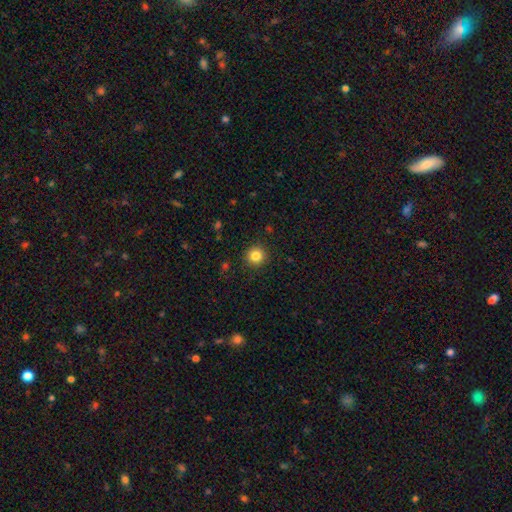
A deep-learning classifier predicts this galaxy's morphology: The model was most divided on "smooth or featured": smooth: 84%, star or artifact: 11%, featured or disk: 5%. More confident: how rounded — round (94%); merging — none (92%).